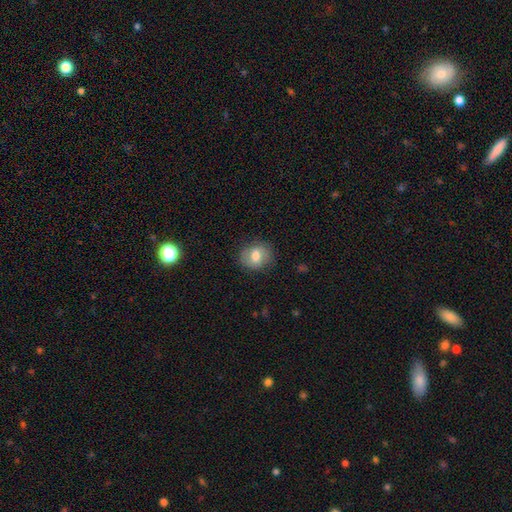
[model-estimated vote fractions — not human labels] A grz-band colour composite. It shows a smooth galaxy with no disk features (71%) that is round (65%). Merging: none (81%).